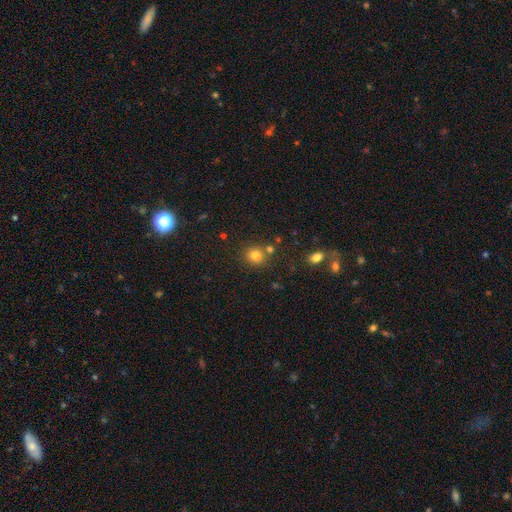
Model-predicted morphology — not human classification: Overall: smooth (78%). How rounded: round (70%). Merging: none (68%).